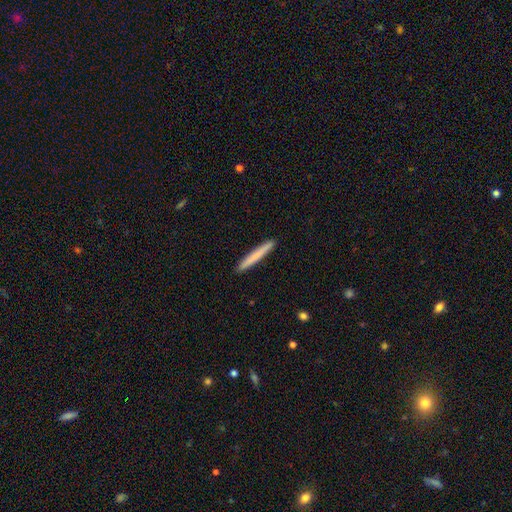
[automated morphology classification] Smooth or featured? smooth (75%)
How rounded? cigar-shaped (97%)
Merging? none (93%)